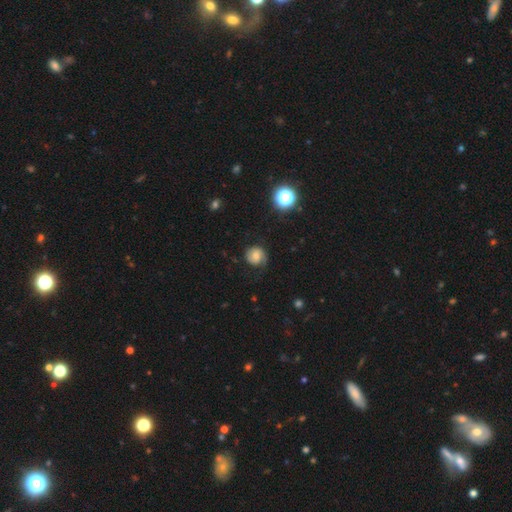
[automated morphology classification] smooth-or-featured: smooth: 47% | featured or disk: 42% | star or artifact: 11%
  merging: none: 66% | minor disturbance: 22% | major disturbance: 10% | merger: 1%